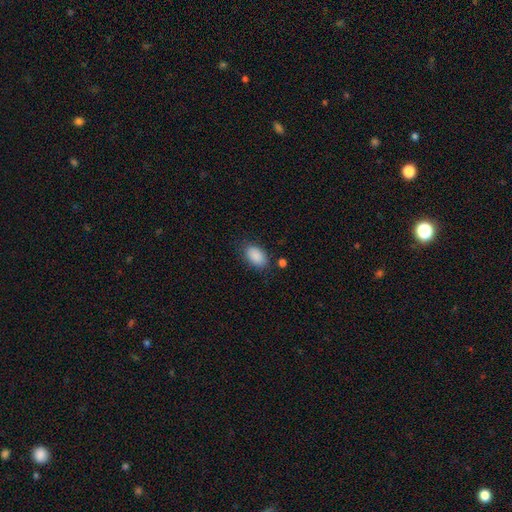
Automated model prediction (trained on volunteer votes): Smooth or featured? smooth (89%)
How rounded? in between (92%)
Merging? none (80%)